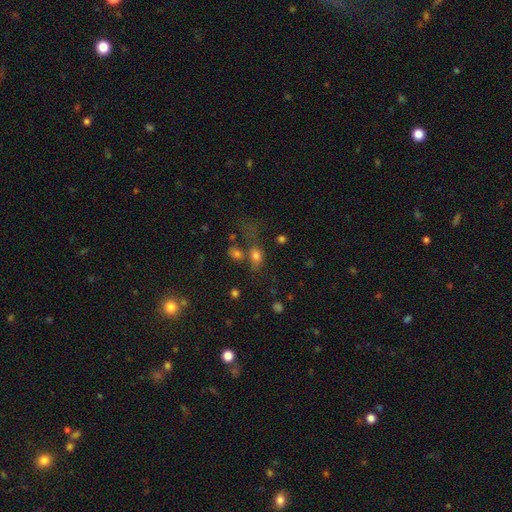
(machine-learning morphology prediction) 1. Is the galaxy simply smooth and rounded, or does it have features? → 74% smooth, 15% star or artifact, 11% featured or disk.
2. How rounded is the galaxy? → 69% in between, 26% round, 5% cigar-shaped.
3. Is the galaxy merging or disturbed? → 43% none, 28% merger, 15% minor disturbance, 13% major disturbance.